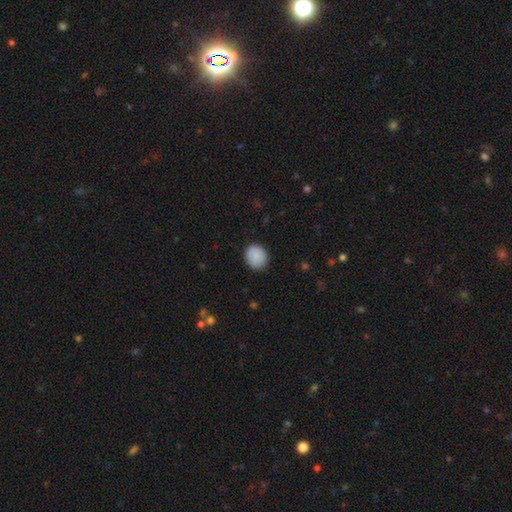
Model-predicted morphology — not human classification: A smooth galaxy with no disk features (89%) that is round (77%).

Vote fractions:
- Smooth or featured? smooth: 89% / star or artifact: 7% / featured or disk: 4%
- How rounded? round: 77% / in between: 22% / cigar-shaped: 1%
- Merging? none: 88% / minor disturbance: 9% / major disturbance: 2% / merger: 1%